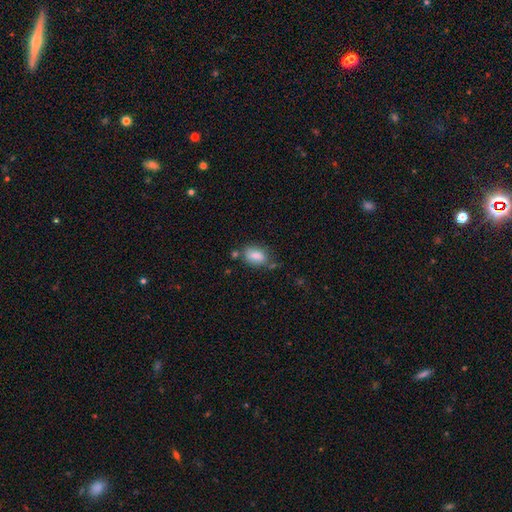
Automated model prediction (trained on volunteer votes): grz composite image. It shows a smooth galaxy with no disk features (81%) that is in between round and cigar-shaped (84%). Merging: none (57%).